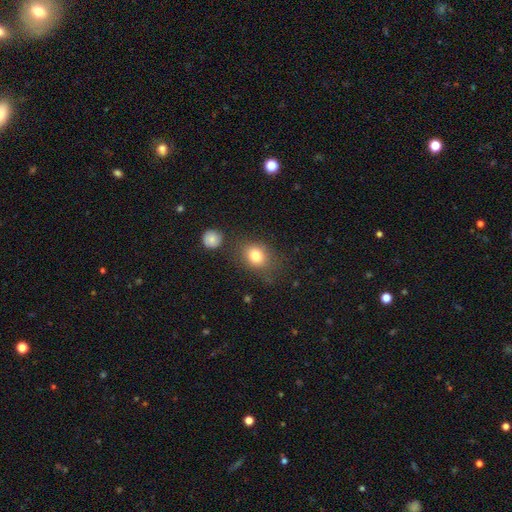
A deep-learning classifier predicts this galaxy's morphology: Smooth or featured? smooth (80%)
How rounded? round (55%)
Merging? none (71%)